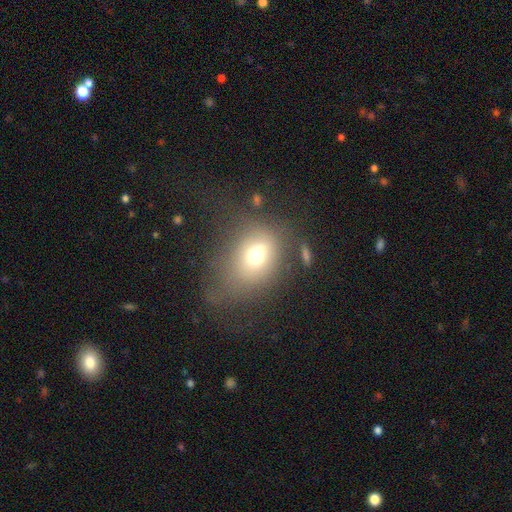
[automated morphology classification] Smooth or featured: smooth — 65% (featured or disk — 20%)
How rounded: round — 51% (in between — 48%)
Merging: none — 44% (major disturbance — 22%)